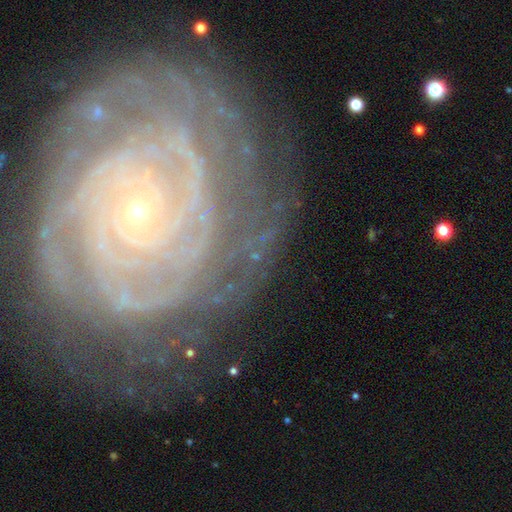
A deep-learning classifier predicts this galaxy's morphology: Smooth or featured: featured or disk — 57% (star or artifact — 27%)
Edge-on disk: no — 89% (yes — 11%)
Bar: no — 42% (weak — 30%)
Spiral arms: yes — 86% (no — 14%)
Bulge size: small — 57% (moderate — 29%)
Merging: none — 72% (minor disturbance — 15%)